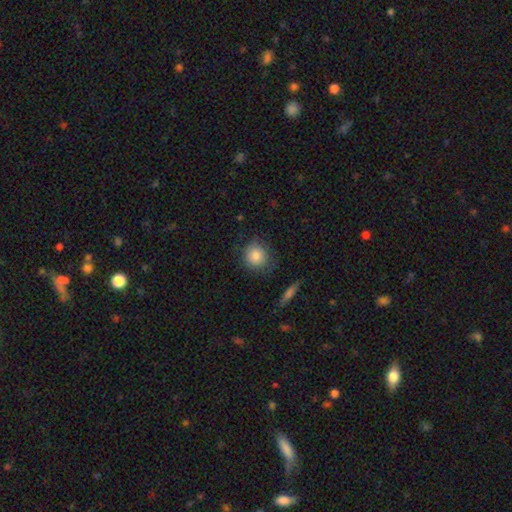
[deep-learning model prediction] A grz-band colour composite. It shows a smooth galaxy with no disk features (85%) that is round (87%). Merging: none (75%).